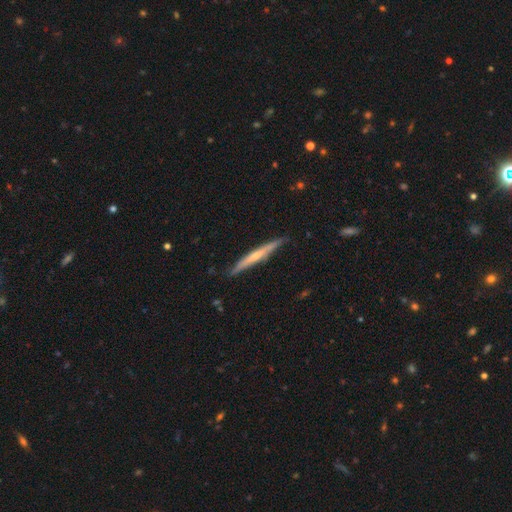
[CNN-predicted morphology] Overall: featured or disk (58%; smooth 37%). Edge-on disk: yes (96%). Edge-on bulge: rounded (57%; none 38%). Merging: none (85%).